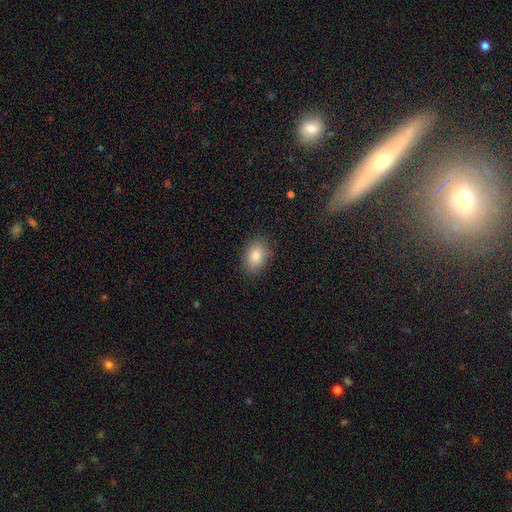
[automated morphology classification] Smooth or featured? Predicted: smooth (p=0.82). How rounded? Predicted: in between (p=0.76). Merging? Predicted: none (p=0.86).